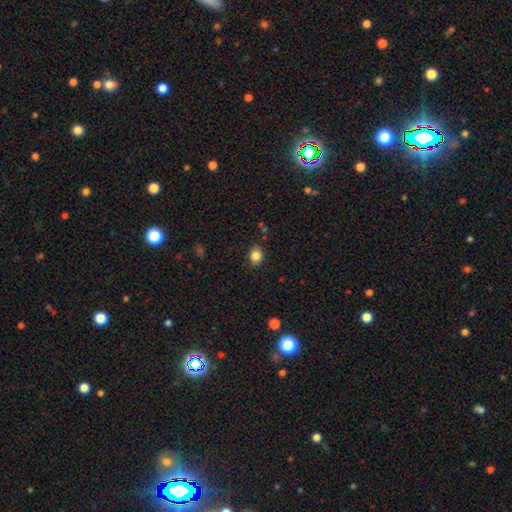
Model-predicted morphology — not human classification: This appears to be a smooth galaxy with no disk features (84%) that is round (65%). Merging: none (87%).